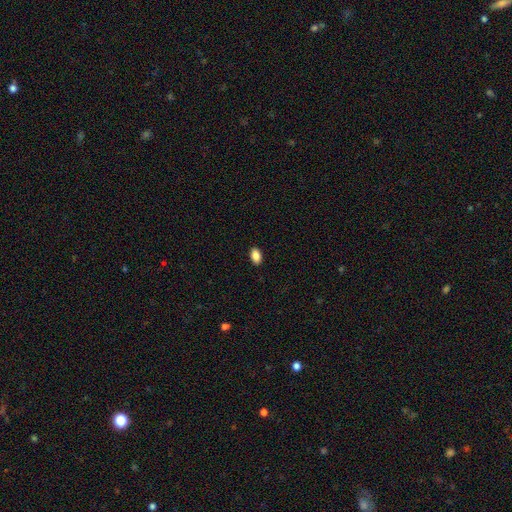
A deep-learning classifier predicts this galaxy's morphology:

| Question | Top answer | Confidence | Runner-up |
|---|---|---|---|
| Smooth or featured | smooth | 88% | star or artifact (8%) |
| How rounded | in between | 91% | round (7%) |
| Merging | none | 90% | minor disturbance (8%) |